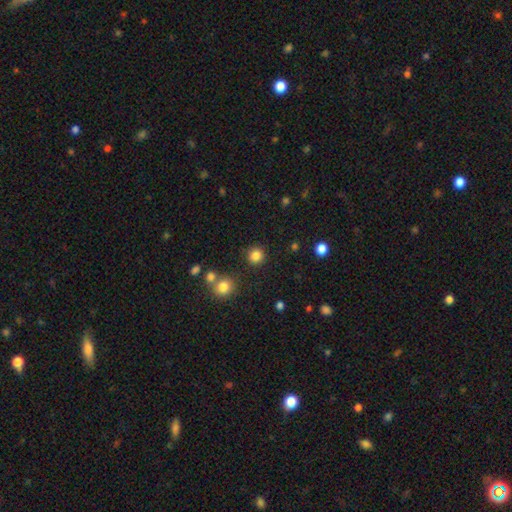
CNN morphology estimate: Smooth or featured? Predicted: smooth (p=0.84). How rounded? Predicted: round (p=0.92). Merging? Predicted: none (p=0.88).